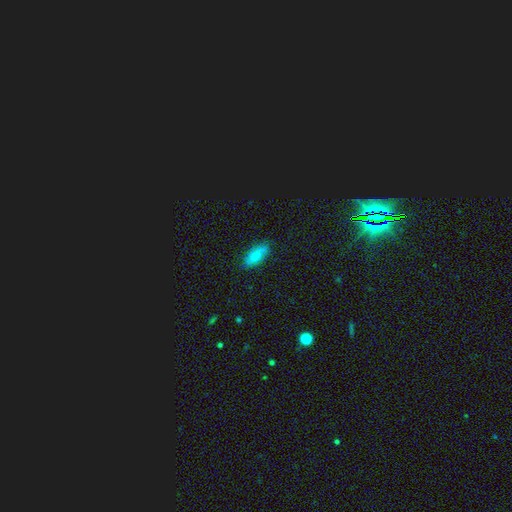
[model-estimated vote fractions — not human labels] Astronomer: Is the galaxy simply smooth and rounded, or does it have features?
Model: smooth — 80%.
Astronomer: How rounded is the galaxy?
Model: in between — 79%.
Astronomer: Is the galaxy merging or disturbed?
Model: none — 81%.